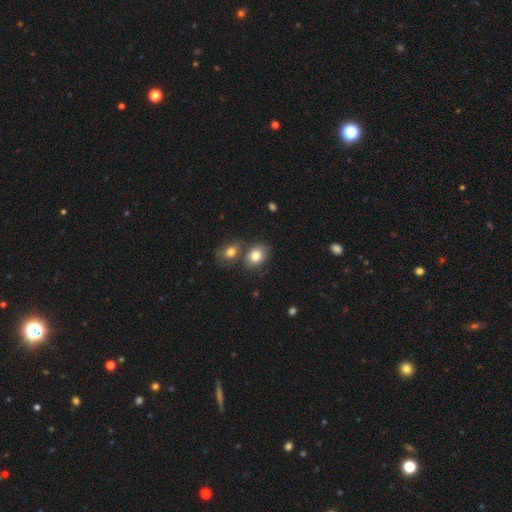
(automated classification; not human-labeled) Overall: smooth (81%). How rounded: in between (59%; round 40%). Merging: none (55%; merger 28%).